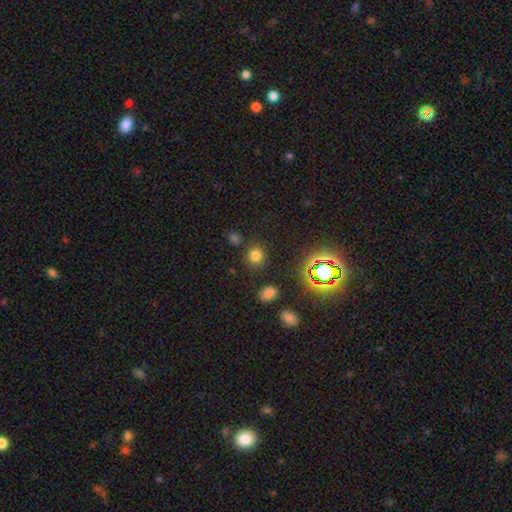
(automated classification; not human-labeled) smooth_or_featured: smooth (p=0.72) [alt: star or artifact p=0.22]
how_rounded: round (p=0.85) [alt: in between p=0.14]
merging: none (p=0.84) [alt: minor disturbance p=0.08]